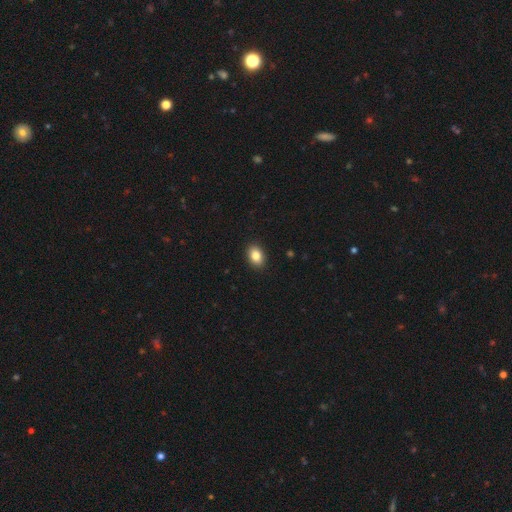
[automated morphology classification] smooth 84%, star or artifact 9%, featured or disk 7%. Down the decision tree: how rounded — in between (78%); merging — none (91%).